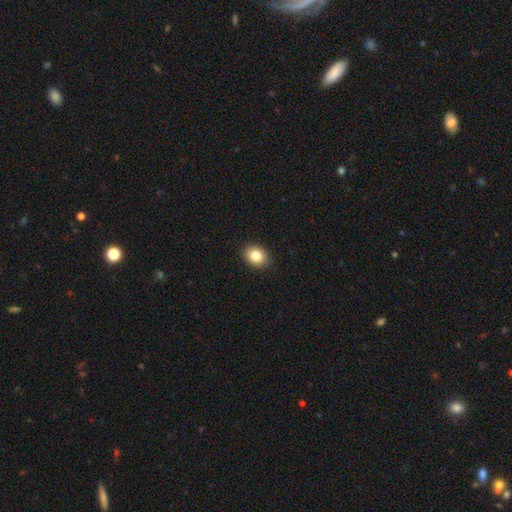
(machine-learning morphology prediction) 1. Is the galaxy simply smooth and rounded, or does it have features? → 84% smooth, 9% star or artifact, 7% featured or disk.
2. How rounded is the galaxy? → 56% in between, 43% round, 1% cigar-shaped.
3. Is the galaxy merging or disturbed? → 91% none, 6% minor disturbance, 2% major disturbance, 1% merger.